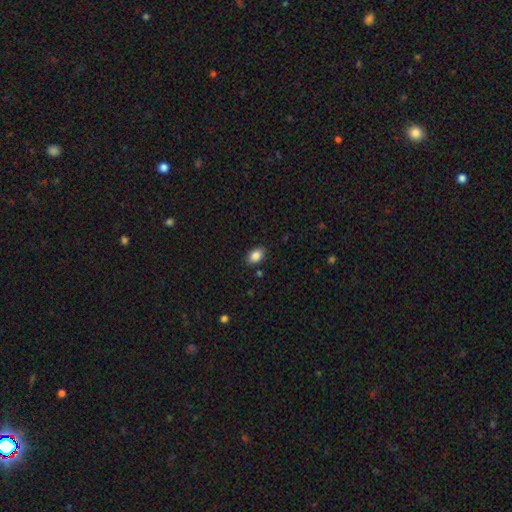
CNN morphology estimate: Smooth or featured? smooth (88%)
How rounded? in between (82%)
Merging? none (86%)